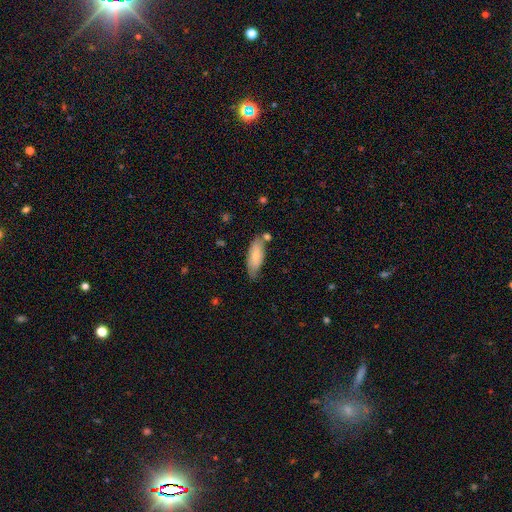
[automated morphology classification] type=smooth (81%); roundness=in between (67%); merging=none (62%).